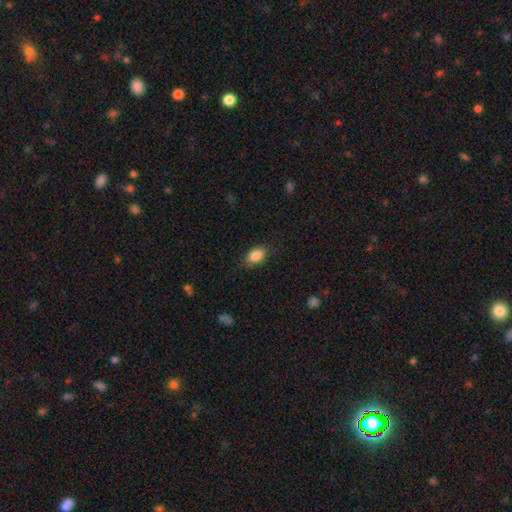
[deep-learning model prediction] A smooth galaxy with no disk features (86%) that is in between round and cigar-shaped (84%).

Vote fractions:
- Smooth or featured? smooth: 86% / star or artifact: 8% / featured or disk: 6%
- How rounded? in between: 84% / round: 14% / cigar-shaped: 2%
- Merging? none: 82% / minor disturbance: 14% / major disturbance: 3% / merger: 1%